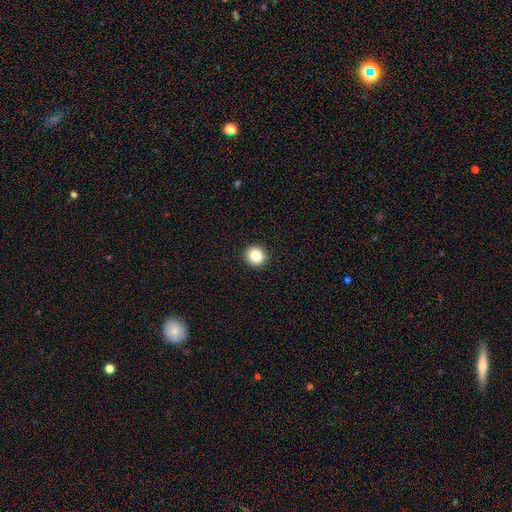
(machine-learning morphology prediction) Q: Smooth or featured?
A: smooth (85%); runner-up: star or artifact (10%)
Q: How rounded?
A: round (93%); runner-up: in between (6%)
Q: Merging?
A: none (93%); runner-up: minor disturbance (4%)